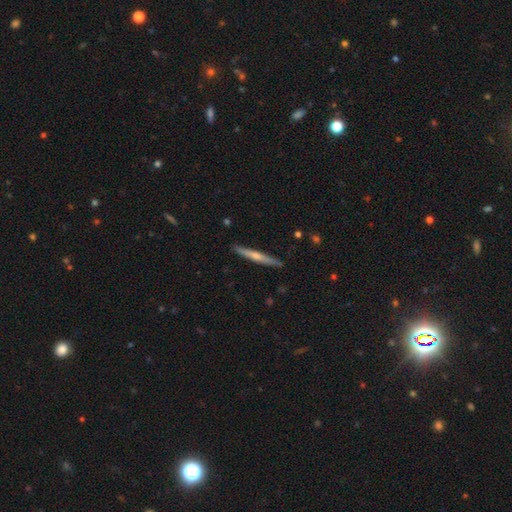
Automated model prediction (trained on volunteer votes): A featured or disk galaxy (51%) viewed edge-on (97%).

Vote fractions:
- Smooth or featured? featured or disk: 51% / smooth: 43% / star or artifact: 5%
- Edge-on disk? yes: 97% / no: 3%
- Merging? none: 90% / minor disturbance: 7% / major disturbance: 1% / merger: 1%